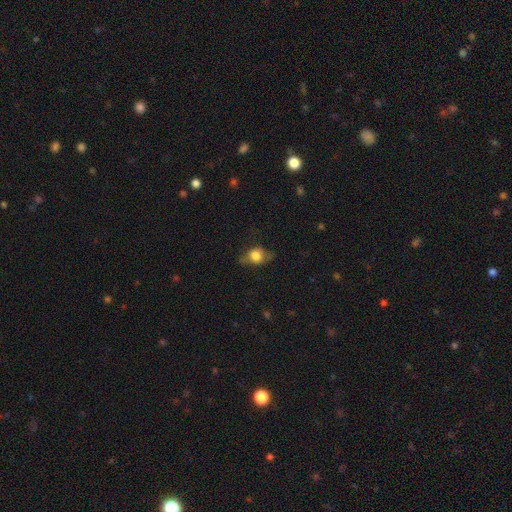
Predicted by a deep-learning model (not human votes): This appears to be a smooth galaxy with no disk features (68%) that is in between round and cigar-shaped (54%). Merging: none (61%).